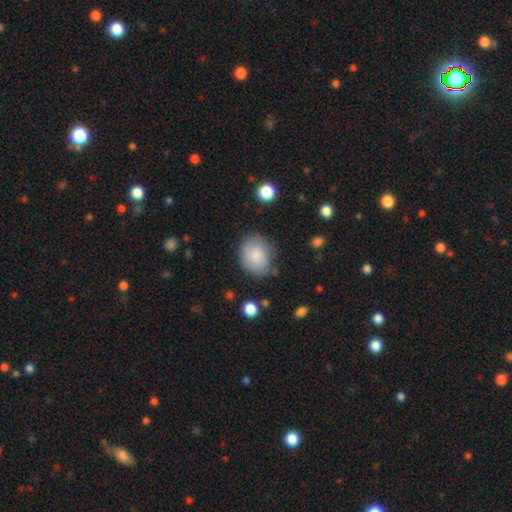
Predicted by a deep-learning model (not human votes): Smooth or featured? smooth (74%)
How rounded? round (51%)
Merging? none (63%)